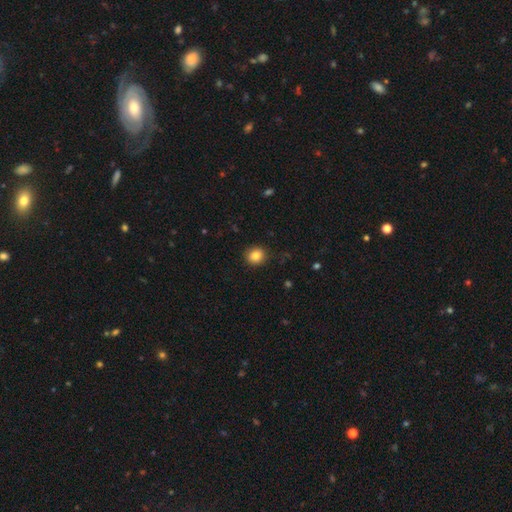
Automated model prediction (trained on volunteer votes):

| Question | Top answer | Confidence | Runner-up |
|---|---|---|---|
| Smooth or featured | smooth | 84% | star or artifact (10%) |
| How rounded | round | 80% | in between (19%) |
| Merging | none | 88% | minor disturbance (8%) |